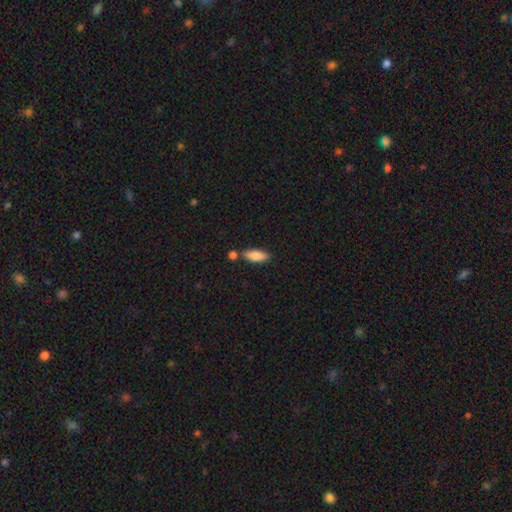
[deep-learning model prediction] Q: Smooth or featured?
A: smooth (85%); runner-up: featured or disk (9%)
Q: How rounded?
A: in between (69%); runner-up: cigar-shaped (29%)
Q: Merging?
A: none (67%); runner-up: merger (16%)